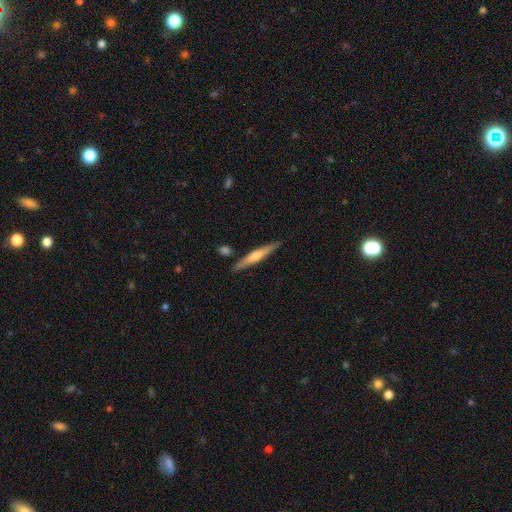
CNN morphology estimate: A featured or disk galaxy (59%) viewed edge-on (97%) with a rounded central bulge (74%). Merging: none (87%).